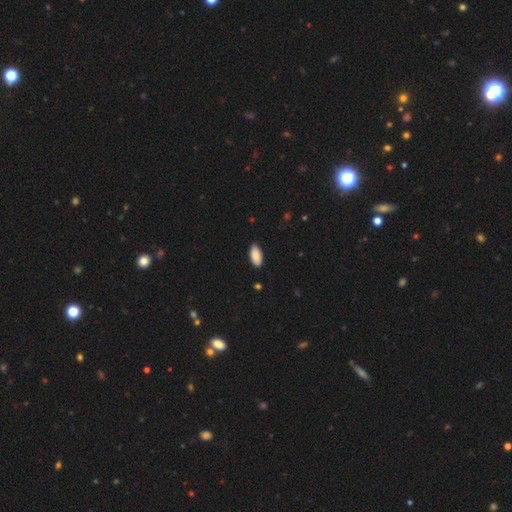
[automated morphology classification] Smooth or featured: smooth — 90% (star or artifact — 6%)
How rounded: in between — 95% (cigar-shaped — 4%)
Merging: none — 88% (minor disturbance — 9%)